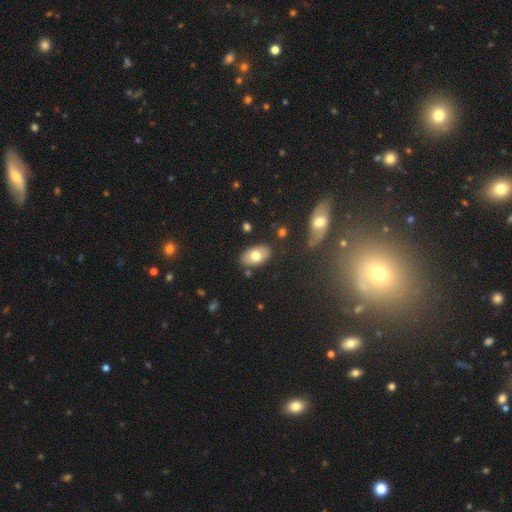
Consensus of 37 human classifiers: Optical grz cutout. It shows a smooth galaxy with no disk features (73%) that is in between round and cigar-shaped (96%). Merging: none (75%).